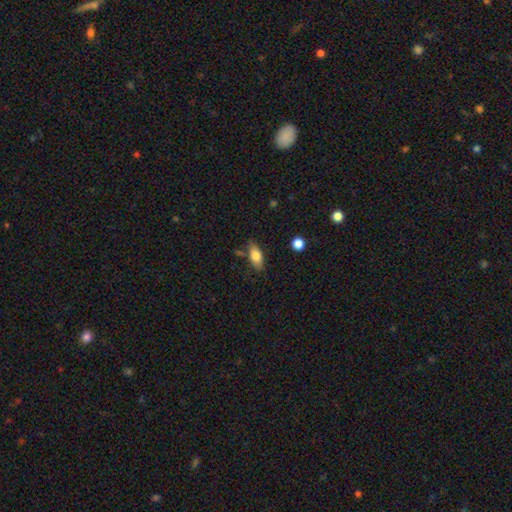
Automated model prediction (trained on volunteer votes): A smooth galaxy with no disk features (77%) that is in between round and cigar-shaped (81%).

Vote fractions:
- Smooth or featured? smooth: 77% / featured or disk: 16% / star or artifact: 7%
- How rounded? in between: 81% / cigar-shaped: 15% / round: 4%
- Merging? none: 75% / minor disturbance: 16% / merger: 6% / major disturbance: 4%